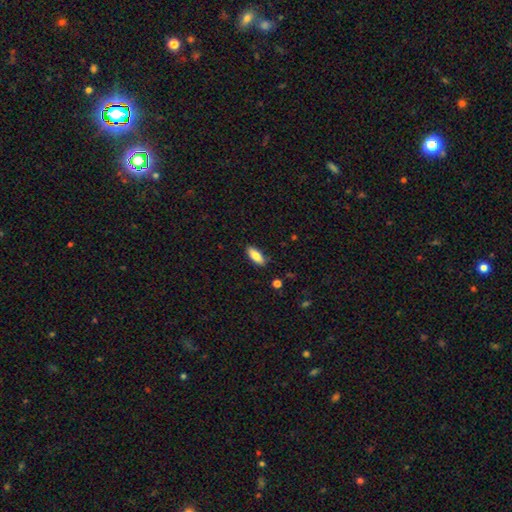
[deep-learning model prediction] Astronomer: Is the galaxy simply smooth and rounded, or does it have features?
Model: smooth — 82%.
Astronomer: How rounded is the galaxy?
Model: in between — 76%.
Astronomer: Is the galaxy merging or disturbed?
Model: none — 86%.